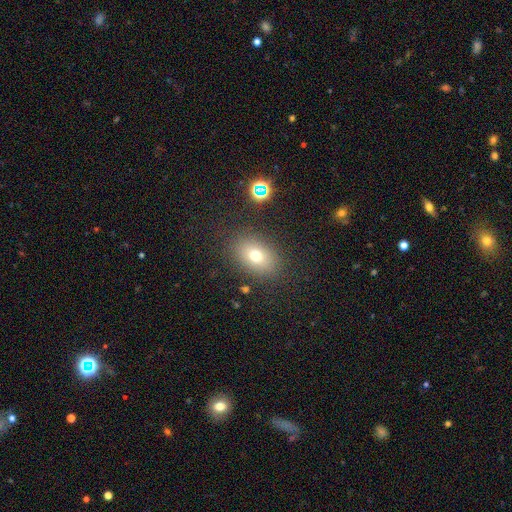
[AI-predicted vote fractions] Morphology: type=smooth (71%); roundness=in between (73%); merging=none (84%).